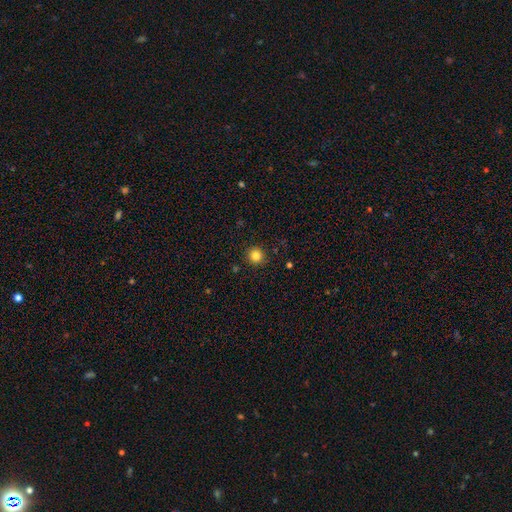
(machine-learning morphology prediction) Smooth or featured: smooth — 83% (star or artifact — 12%)
How rounded: round — 94% (in between — 5%)
Merging: none — 91% (minor disturbance — 6%)